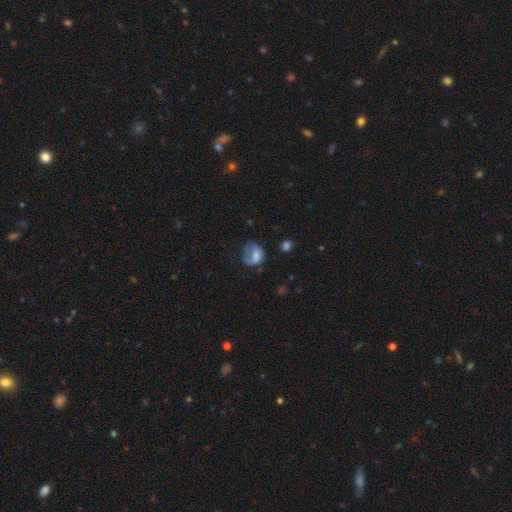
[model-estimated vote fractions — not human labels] Morphology: type=smooth (62%); roundness=in between (53%); merging=major disturbance (40%).